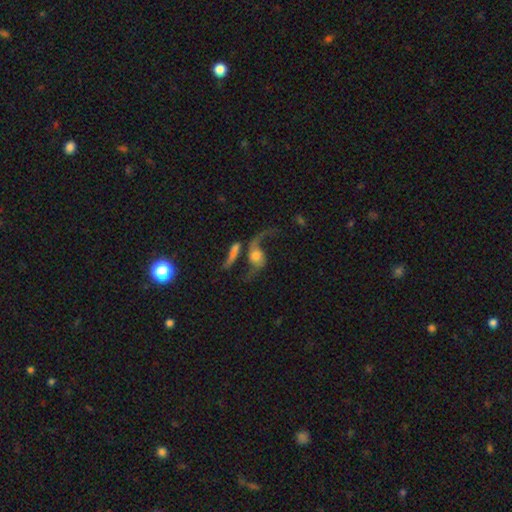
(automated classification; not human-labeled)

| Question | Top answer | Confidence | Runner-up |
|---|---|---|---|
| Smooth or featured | featured or disk | 72% | smooth (19%) |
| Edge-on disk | no | 93% | yes (7%) |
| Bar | no | 65% | weak (26%) |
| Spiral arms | yes | 87% | no (13%) |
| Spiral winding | loose | 88% | medium (10%) |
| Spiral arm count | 2 | 70% | 1 (25%) |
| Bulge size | moderate | 50% | small (25%) |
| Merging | none | 31% | major disturbance (29%) |